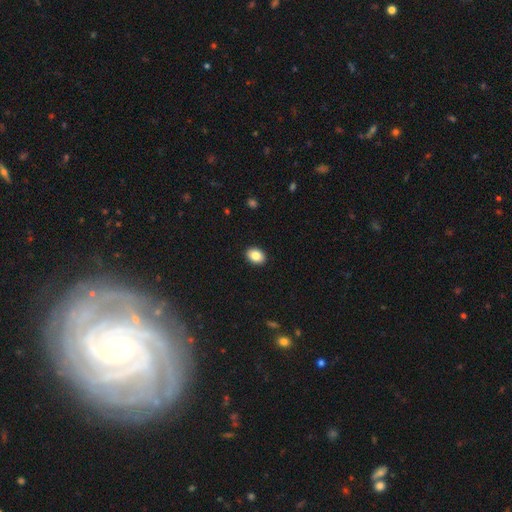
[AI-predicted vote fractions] Smooth or featured? smooth (84%)
How rounded? in between (72%)
Merging? none (91%)